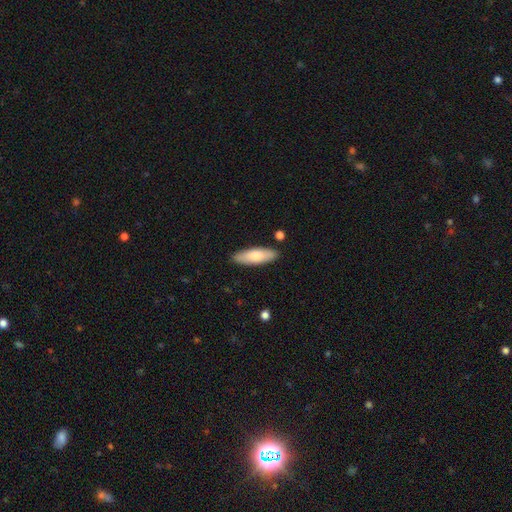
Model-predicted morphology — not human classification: The model was most divided on "how rounded": in between: 54%, cigar-shaped: 44%, round: 2%. More confident: merging — none (87%); smooth or featured — smooth (76%).